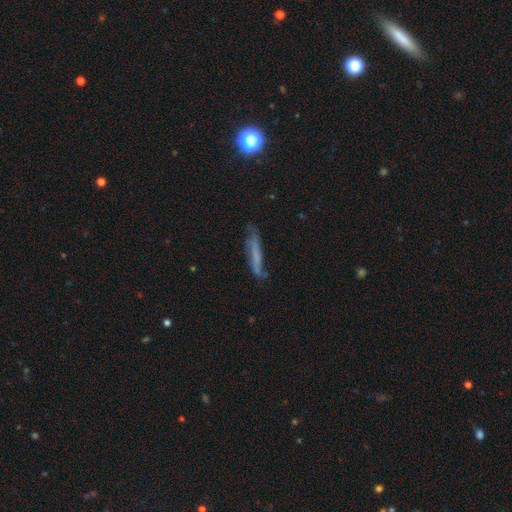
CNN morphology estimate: Overall: smooth (49%; featured or disk 41%). Merging: none (61%; minor disturbance 26%).